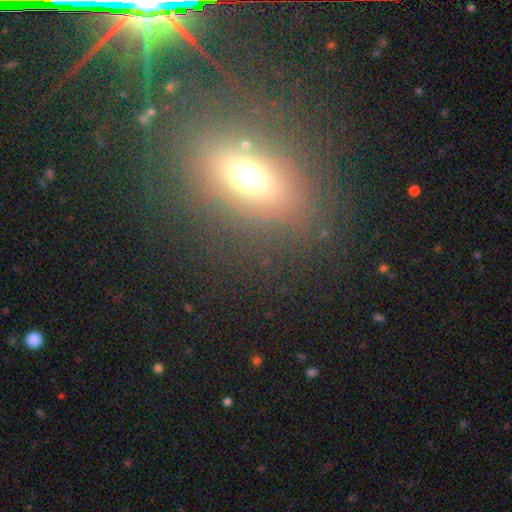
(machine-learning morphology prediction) Smooth or featured? Predicted: smooth (p=0.44). Merging? Predicted: none (p=0.82).